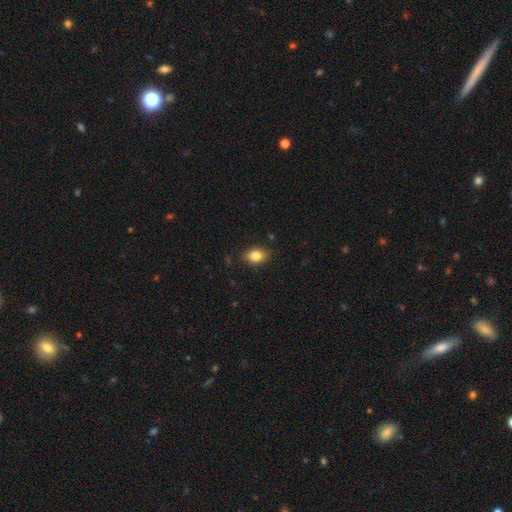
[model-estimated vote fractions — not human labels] This appears to be a smooth galaxy with no disk features (85%) that is in between round and cigar-shaped (70%). Merging: none (83%).